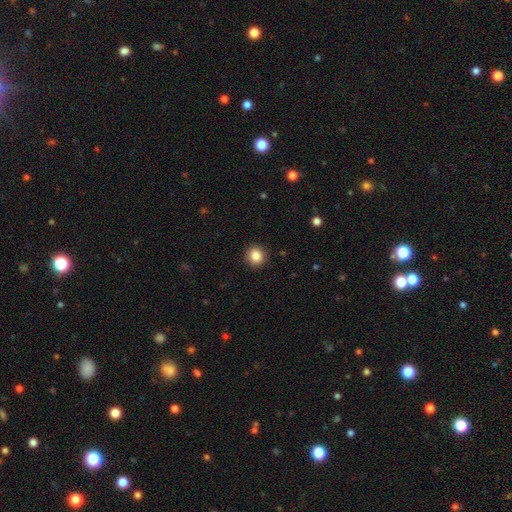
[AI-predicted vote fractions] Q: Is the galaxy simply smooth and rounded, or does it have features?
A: smooth — 86%.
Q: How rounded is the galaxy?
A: round — 89%.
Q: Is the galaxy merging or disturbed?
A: none — 92%.